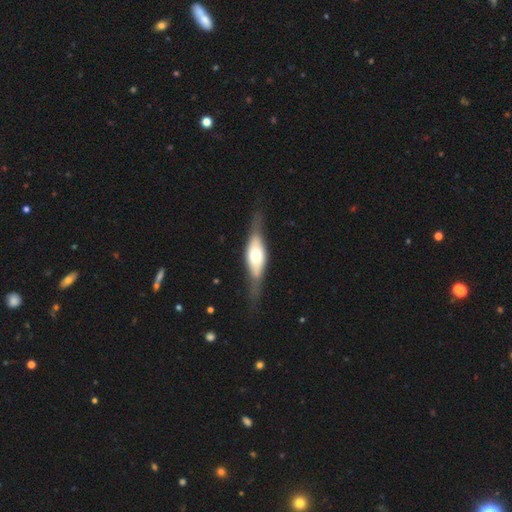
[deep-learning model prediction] Smooth or featured?
  - featured or disk: 62% *
  - smooth: 33%
  - star or artifact: 5%
Edge-on disk?
  - yes: 82% *
  - no: 18%
Edge-on bulge?
  - rounded: 87% *
  - boxy: 11%
  - none: 3%
Merging?
  - none: 72% *
  - minor disturbance: 18%
  - major disturbance: 9%
  - merger: 2%